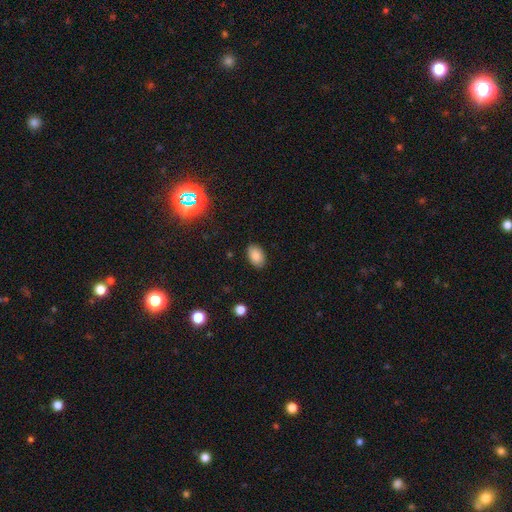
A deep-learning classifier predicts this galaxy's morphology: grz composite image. It shows a smooth galaxy with no disk features (85%) that is in between round and cigar-shaped (89%). Merging: none (87%).